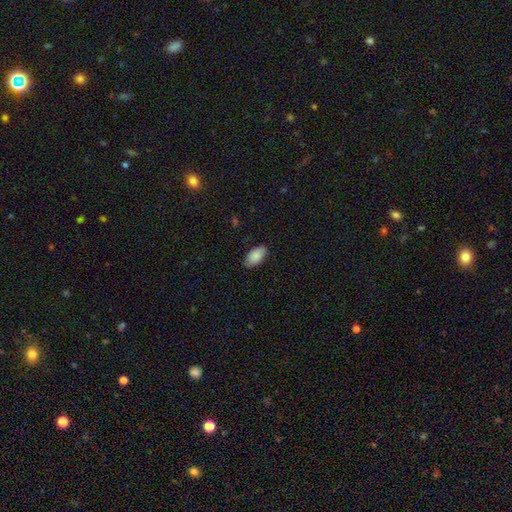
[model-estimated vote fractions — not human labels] Smooth or featured? smooth (88%)
How rounded? in between (95%)
Merging? none (82%)